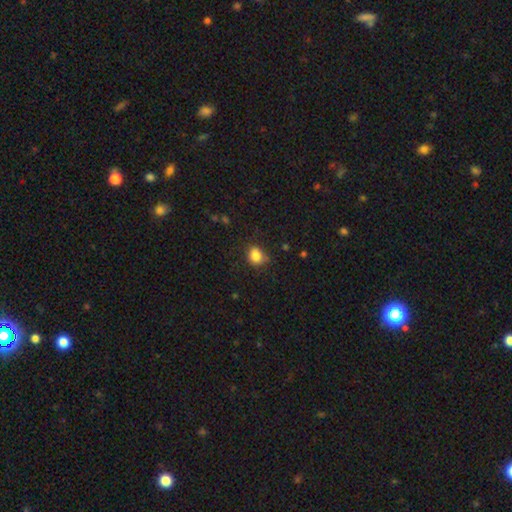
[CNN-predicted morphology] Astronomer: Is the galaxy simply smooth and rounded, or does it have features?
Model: smooth — 83%.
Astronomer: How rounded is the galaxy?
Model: round — 58% (runner-up: in between, 41%).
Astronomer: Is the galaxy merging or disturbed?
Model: none — 66%.